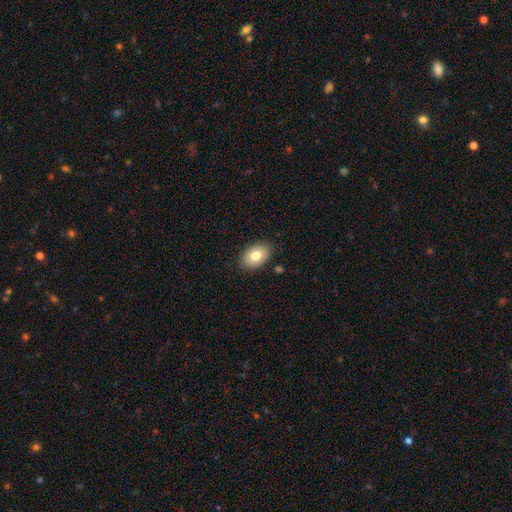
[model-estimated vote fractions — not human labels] A smooth galaxy with no disk features (79%) that is in between round and cigar-shaped (86%). Merging: none (87%).